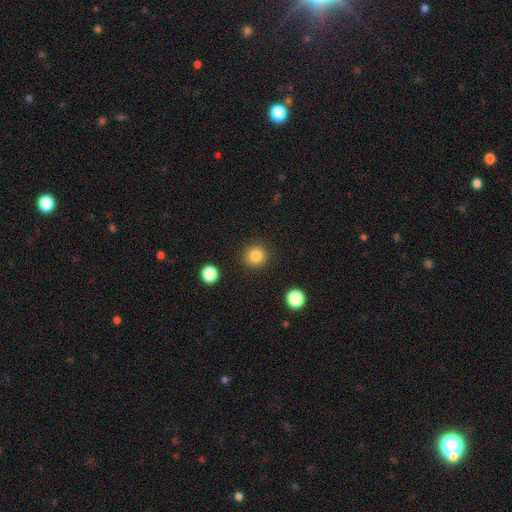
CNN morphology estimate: Smooth or featured?
  - smooth: 85% *
  - star or artifact: 11%
  - featured or disk: 4%
How rounded?
  - round: 91% *
  - in between: 8%
  - cigar-shaped: 1%
Merging?
  - none: 90% *
  - minor disturbance: 6%
  - major disturbance: 2%
  - merger: 2%